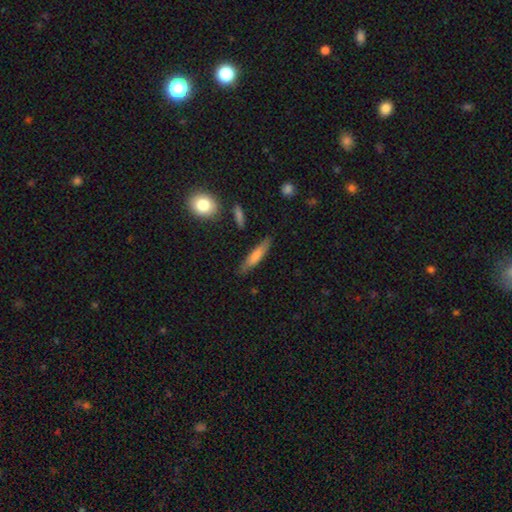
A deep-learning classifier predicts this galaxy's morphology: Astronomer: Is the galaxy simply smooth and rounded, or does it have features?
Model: smooth — 72%.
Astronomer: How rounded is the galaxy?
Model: cigar-shaped — 79%.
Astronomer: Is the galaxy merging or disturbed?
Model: none — 84%.